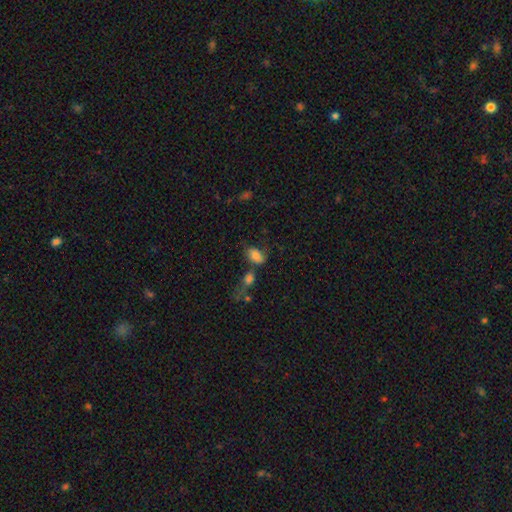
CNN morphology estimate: Smooth or featured? smooth (77%)
How rounded? in between (88%)
Merging? none (38%)